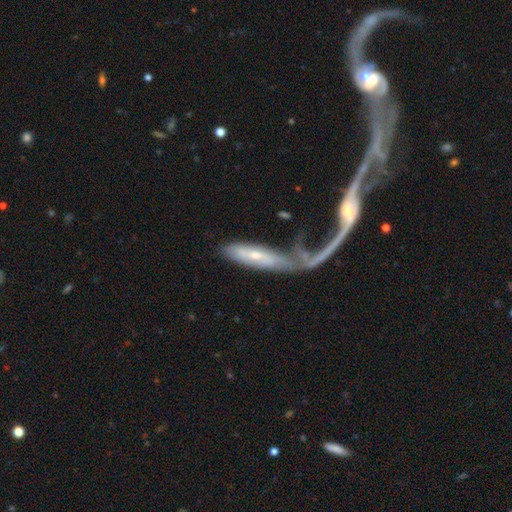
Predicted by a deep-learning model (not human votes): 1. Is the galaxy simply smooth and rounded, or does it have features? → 50% featured or disk, 43% smooth, 7% star or artifact.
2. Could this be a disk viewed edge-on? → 61% no, 39% yes.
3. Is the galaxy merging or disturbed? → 43% merger, 24% major disturbance, 21% none, 12% minor disturbance.